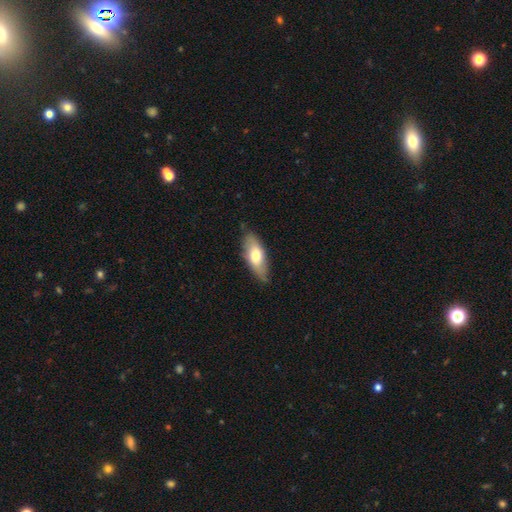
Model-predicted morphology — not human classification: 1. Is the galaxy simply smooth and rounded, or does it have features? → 67% smooth, 28% featured or disk, 6% star or artifact.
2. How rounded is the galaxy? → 76% in between, 22% cigar-shaped, 2% round.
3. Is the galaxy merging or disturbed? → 78% none, 18% minor disturbance, 3% major disturbance, 1% merger.